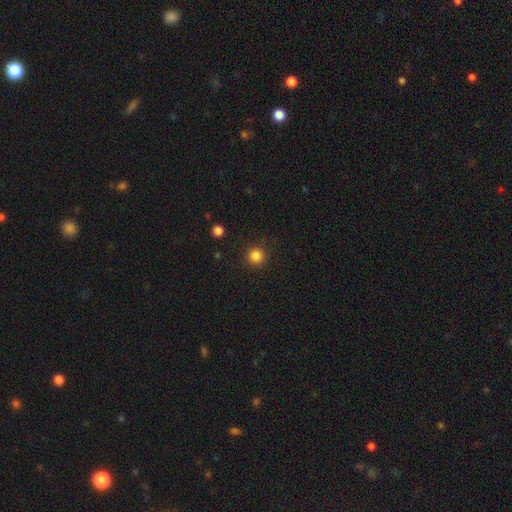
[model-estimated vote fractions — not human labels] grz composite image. It shows a smooth galaxy with no disk features (84%) that is round (95%). Merging: none (91%).